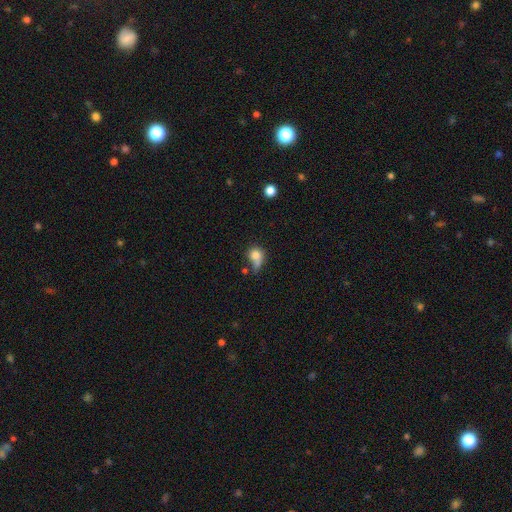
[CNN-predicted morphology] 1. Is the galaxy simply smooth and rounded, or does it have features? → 74% smooth, 16% featured or disk, 10% star or artifact.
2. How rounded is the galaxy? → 69% round, 29% in between, 2% cigar-shaped.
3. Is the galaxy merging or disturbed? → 32% none, 28% major disturbance, 22% minor disturbance, 18% merger.